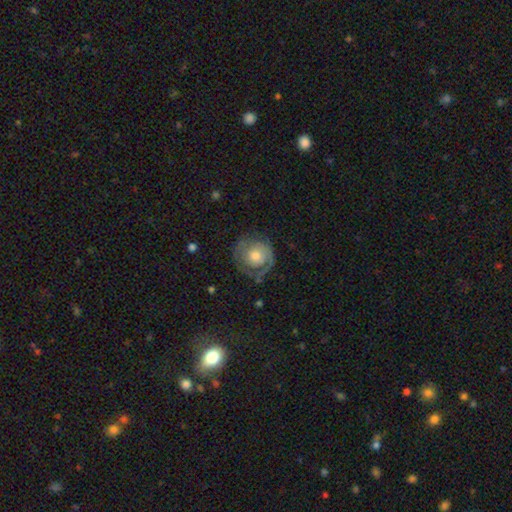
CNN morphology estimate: Overall: featured or disk (64%; smooth 29%). Edge-on disk: no (97%). Bar: no (81%). Spiral arms: yes (81%). Spiral arm count: 1 (39%; 2 35%). Spiral winding: tight (61%; medium 27%). Bulge size: moderate (61%). Merging: none (62%).